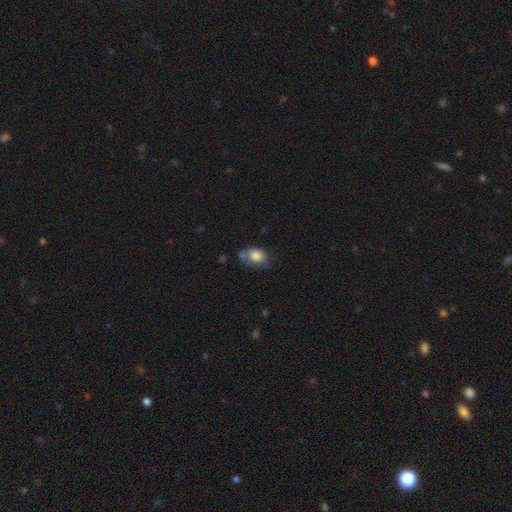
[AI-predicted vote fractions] Smooth or featured: smooth — 79% (featured or disk — 13%)
How rounded: in between — 72% (round — 27%)
Merging: none — 45% (minor disturbance — 30%)